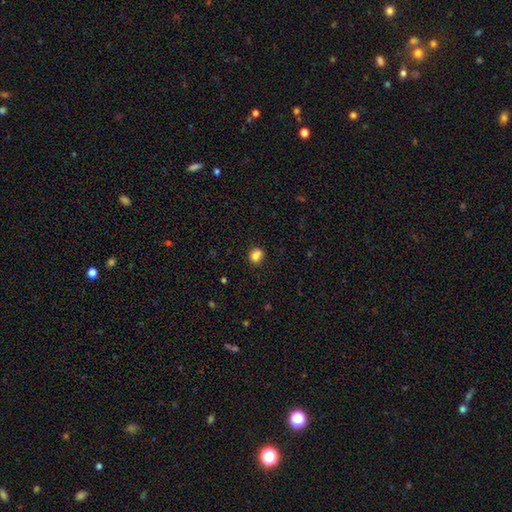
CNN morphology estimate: type=smooth (81%); roundness=round (67%); merging=none (70%).